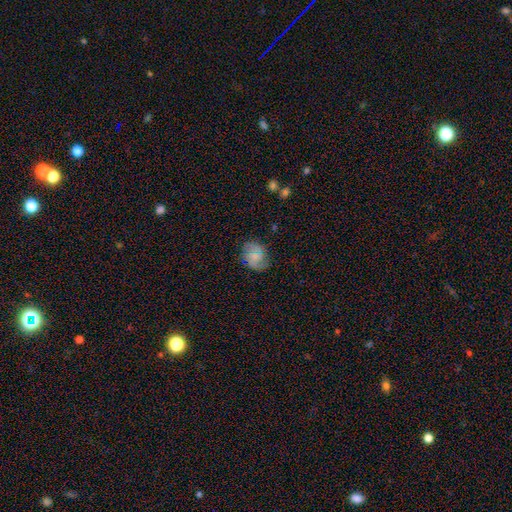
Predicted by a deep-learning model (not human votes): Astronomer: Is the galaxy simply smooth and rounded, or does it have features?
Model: featured or disk — 46% (runner-up: smooth, 44%).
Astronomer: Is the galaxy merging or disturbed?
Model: none — 72%.